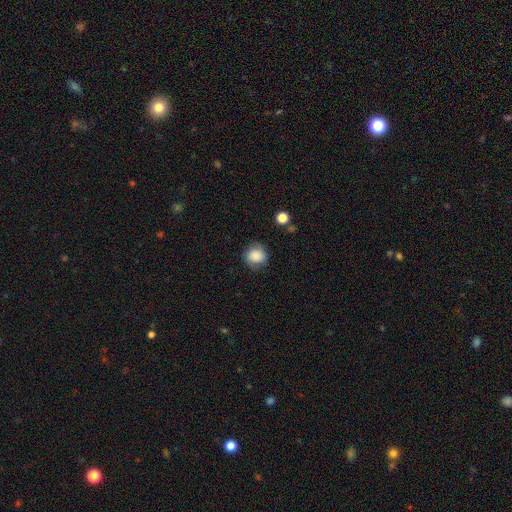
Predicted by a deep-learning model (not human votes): The model was most divided on "merging": none: 77%, minor disturbance: 17%, major disturbance: 5%, merger: 2%. More confident: how rounded — round (85%); smooth or featured — smooth (83%).